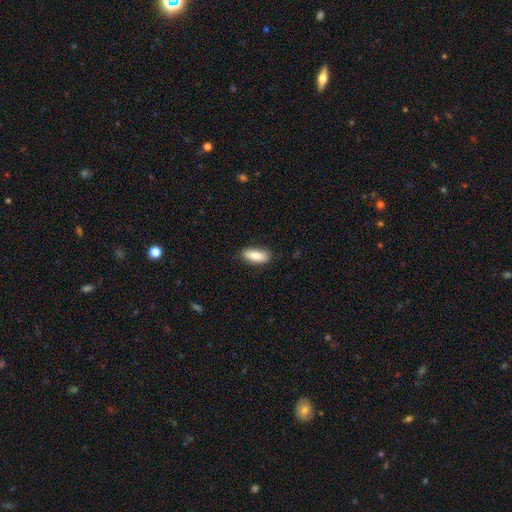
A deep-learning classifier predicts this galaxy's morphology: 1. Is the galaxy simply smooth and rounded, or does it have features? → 86% smooth, 8% featured or disk, 6% star or artifact.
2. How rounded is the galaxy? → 77% in between, 20% cigar-shaped, 2% round.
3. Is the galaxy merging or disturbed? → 85% none, 12% minor disturbance, 2% major disturbance, 1% merger.